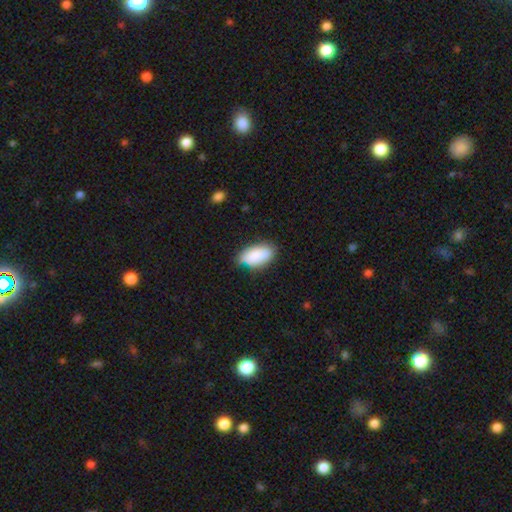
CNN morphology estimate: type=smooth (86%); roundness=in between (93%); merging=none (65%).